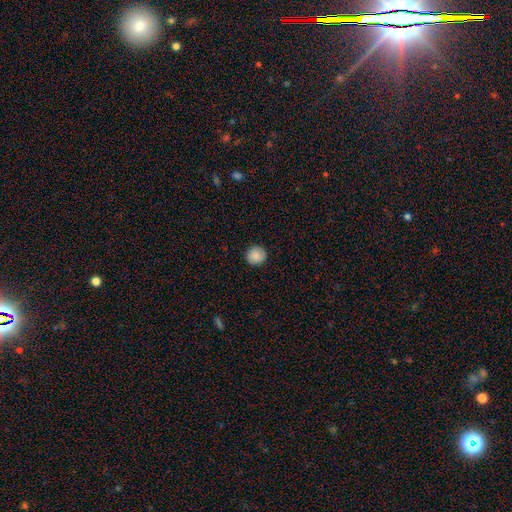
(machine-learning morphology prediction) Overall: smooth (87%). How rounded: round (92%). Merging: none (91%).